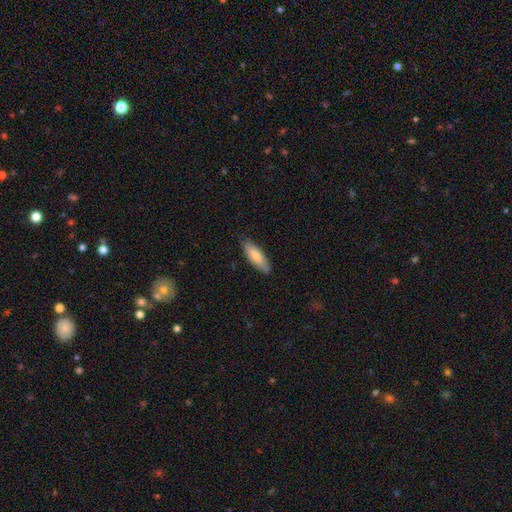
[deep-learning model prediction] Morphology: type=smooth (79%); roundness=in between (56%); merging=none (84%).